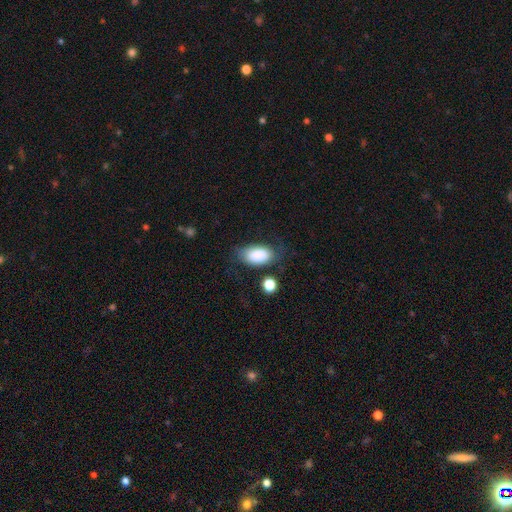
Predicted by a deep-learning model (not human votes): smooth-or-featured: smooth: 86% | featured or disk: 7% | star or artifact: 7%
  how-rounded: in between: 93% | round: 4% | cigar-shaped: 2%
  merging: none: 66% | minor disturbance: 21% | major disturbance: 8% | merger: 5%